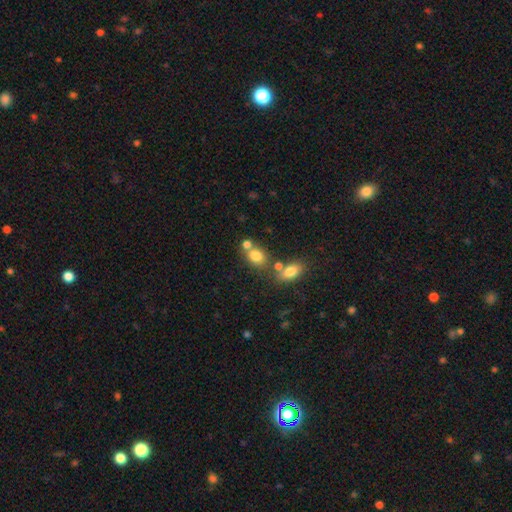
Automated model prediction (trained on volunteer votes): The model was most divided on "how rounded": in between: 56%, round: 43%, cigar-shaped: 2%. Remaining: smooth or featured — smooth (79%); merging — none (49%).